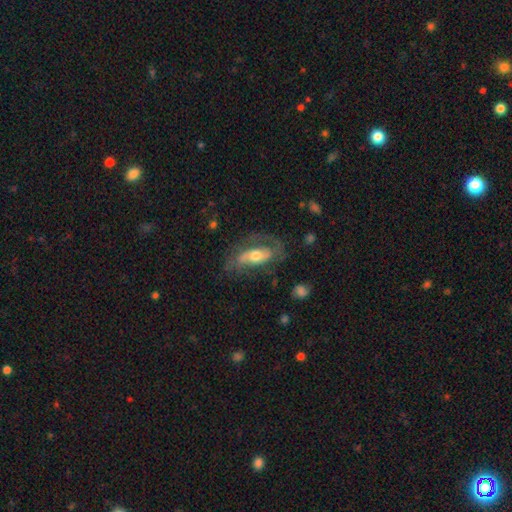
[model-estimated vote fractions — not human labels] Smooth or featured?
  - featured or disk: 62% *
  - smooth: 31%
  - star or artifact: 7%
Edge-on disk?
  - no: 86% *
  - yes: 14%
Bar?
  - no: 52% *
  - weak: 28%
  - strong: 20%
Spiral arms?
  - yes: 70% *
  - no: 30%
Bulge size?
  - moderate: 65% *
  - small: 19%
  - large: 13%
  - dominant: 1%
  - none: 1%
Merging?
  - none: 56% *
  - minor disturbance: 22%
  - major disturbance: 20%
  - merger: 2%